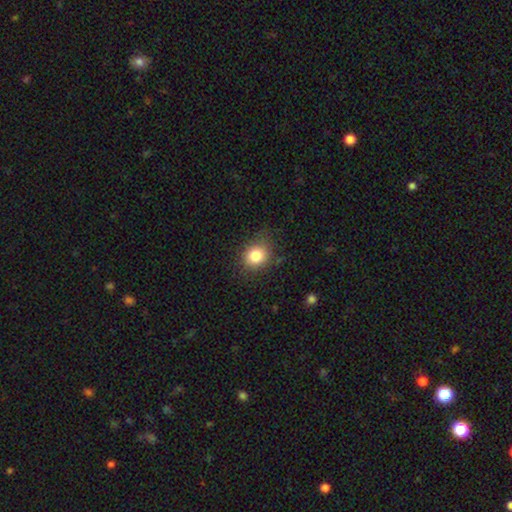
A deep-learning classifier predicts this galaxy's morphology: Smooth or featured? Predicted: smooth (p=0.82). How rounded? Predicted: round (p=0.68). Merging? Predicted: none (p=0.77).